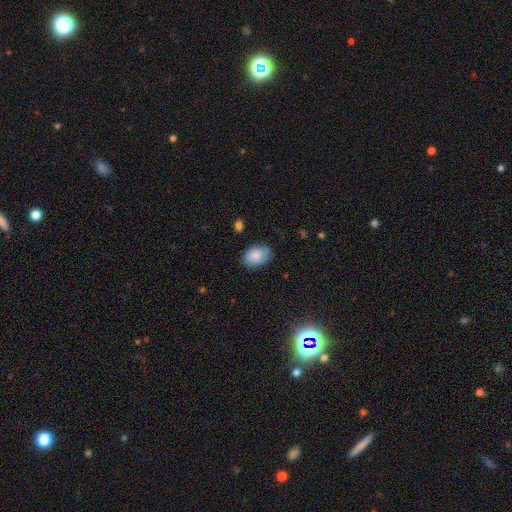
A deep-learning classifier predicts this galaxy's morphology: smooth 84%, featured or disk 9%, star or artifact 7%. Down the decision tree: how rounded — in between (80%); merging — none (72%).